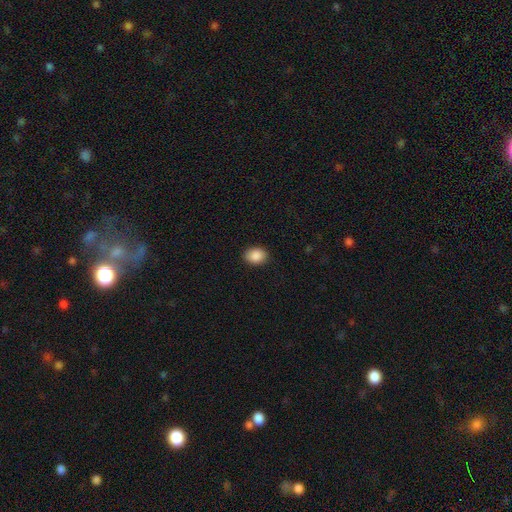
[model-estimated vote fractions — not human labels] Morphology: type=smooth (89%); roundness=in between (65%); merging=none (89%).